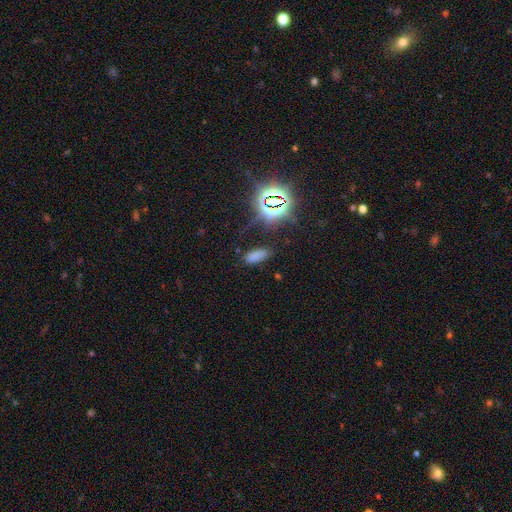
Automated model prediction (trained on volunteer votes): smooth-or-featured: smooth: 65% | star or artifact: 28% | featured or disk: 7%
  how-rounded: in between: 83% | cigar-shaped: 13% | round: 3%
  merging: none: 76% | minor disturbance: 15% | major disturbance: 6% | merger: 3%